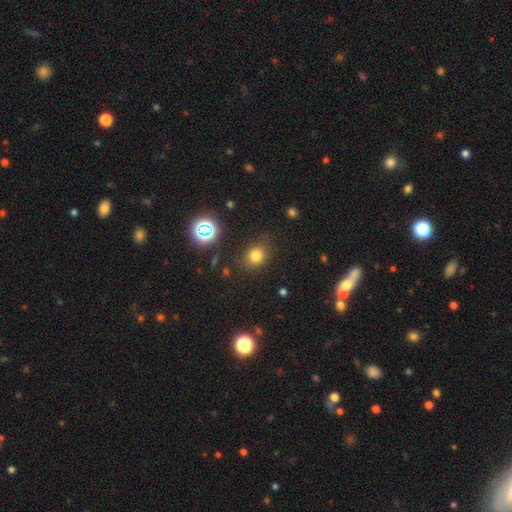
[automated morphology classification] A smooth galaxy with no disk features (74%) that is round (65%).

Vote fractions:
- Smooth or featured? smooth: 74% / star or artifact: 18% / featured or disk: 8%
- How rounded? round: 65% / in between: 34% / cigar-shaped: 1%
- Merging? none: 79% / minor disturbance: 13% / major disturbance: 5% / merger: 3%